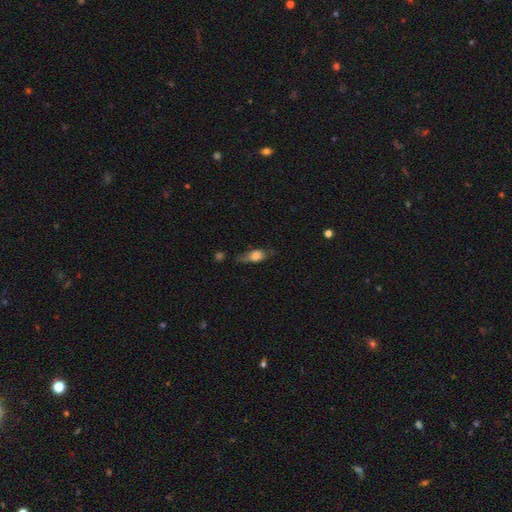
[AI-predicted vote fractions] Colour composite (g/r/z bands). It shows a smooth galaxy with no disk features (65%) that is in between round and cigar-shaped (71%). Merging: none (45%).